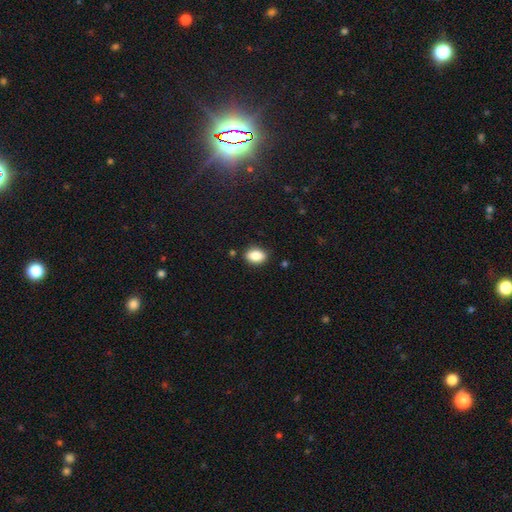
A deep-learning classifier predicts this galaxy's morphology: A smooth galaxy with no disk features (85%) that is in between round and cigar-shaped (82%). Merging: none (85%).